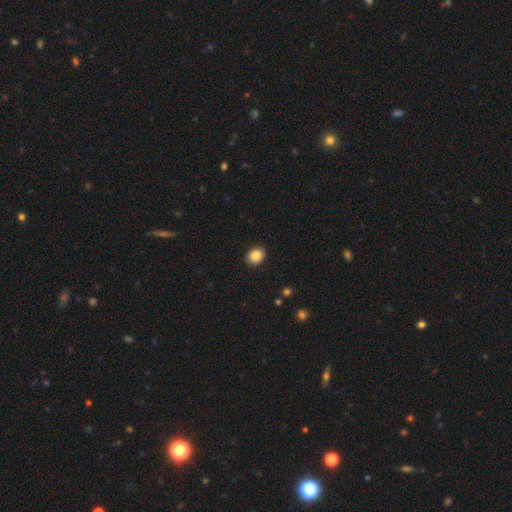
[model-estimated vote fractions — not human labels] Smooth or featured?
  - smooth: 88% *
  - star or artifact: 9%
  - featured or disk: 3%
How rounded?
  - round: 55% *
  - in between: 44%
  - cigar-shaped: 1%
Merging?
  - none: 90% *
  - minor disturbance: 7%
  - major disturbance: 2%
  - merger: 1%